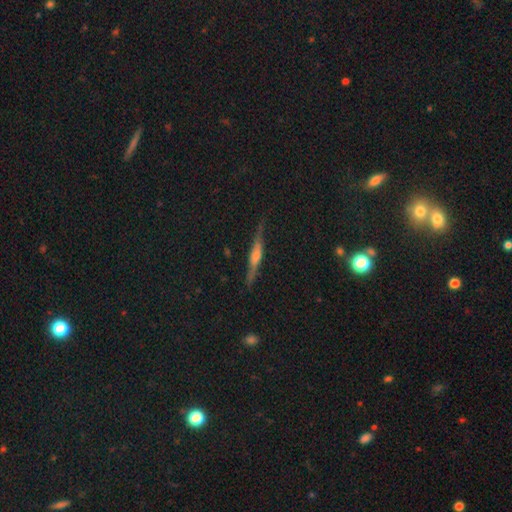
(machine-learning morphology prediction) Q: Smooth or featured?
A: featured or disk (74%); runner-up: smooth (15%)
Q: Edge-on disk?
A: yes (97%); runner-up: no (3%)
Q: Edge-on bulge?
A: rounded (75%); runner-up: boxy (13%)
Q: Merging?
A: none (88%); runner-up: minor disturbance (9%)